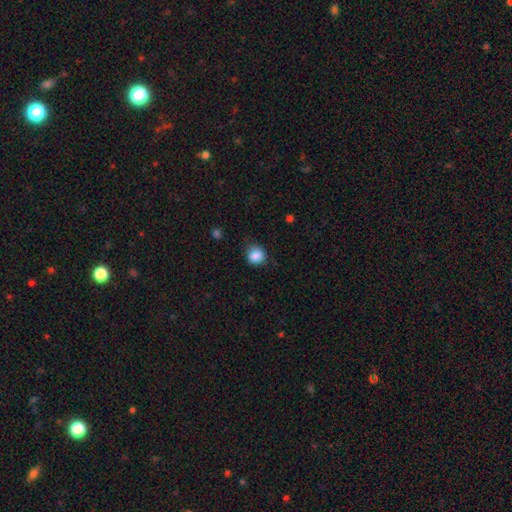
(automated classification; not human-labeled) smooth_or_featured: smooth (p=0.86) [alt: star or artifact p=0.09]
how_rounded: round (p=0.77) [alt: in between p=0.22]
merging: none (p=0.68) [alt: minor disturbance p=0.25]